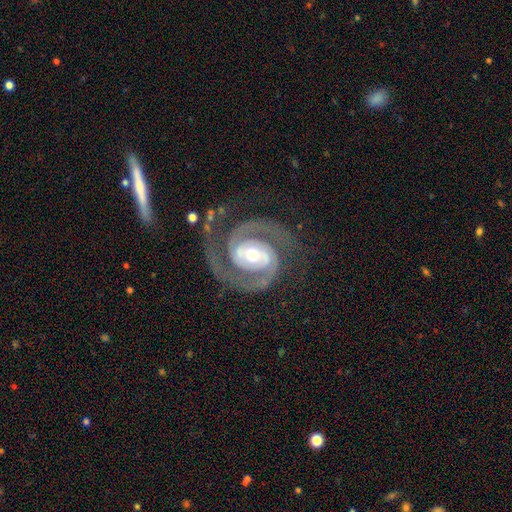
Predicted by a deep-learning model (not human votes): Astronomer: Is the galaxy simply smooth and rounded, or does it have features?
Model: featured or disk — 94%.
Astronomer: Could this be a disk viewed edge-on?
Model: no — 98%.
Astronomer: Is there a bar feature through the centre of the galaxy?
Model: no — 42% (runner-up: weak, 32%).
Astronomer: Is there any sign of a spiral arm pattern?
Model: yes — 99%.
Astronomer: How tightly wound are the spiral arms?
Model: tight — 53% (runner-up: medium, 42%).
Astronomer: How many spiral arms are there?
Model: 2 — 93%.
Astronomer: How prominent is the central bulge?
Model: moderate — 60%.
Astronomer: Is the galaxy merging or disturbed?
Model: none — 77%.